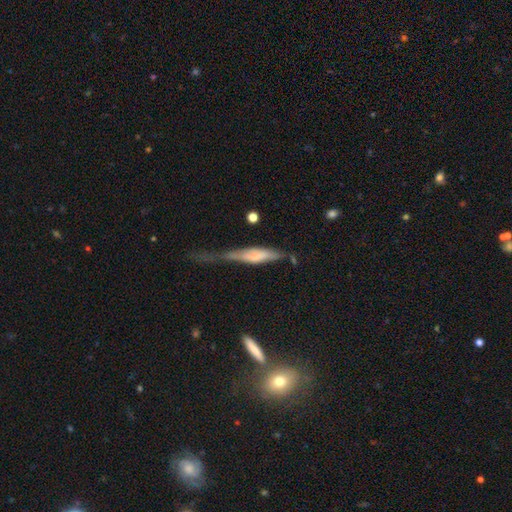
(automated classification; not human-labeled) smooth_or_featured: featured or disk (p=0.53) [alt: smooth p=0.40]
disk_edge_on: yes (p=0.87) [alt: no p=0.13]
merging: major disturbance (p=0.33) [alt: none p=0.31]